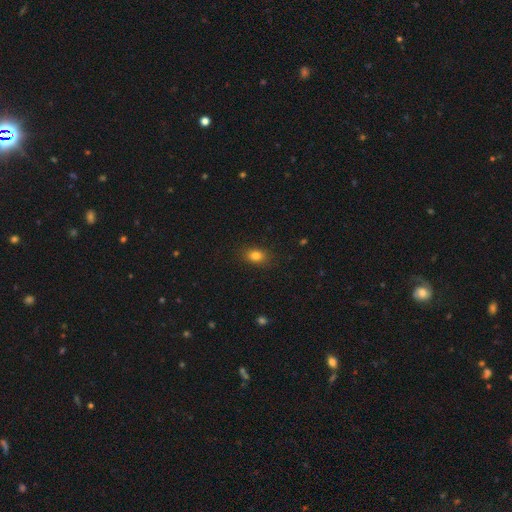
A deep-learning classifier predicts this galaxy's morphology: type=smooth (82%); roundness=in between (69%); merging=none (86%).